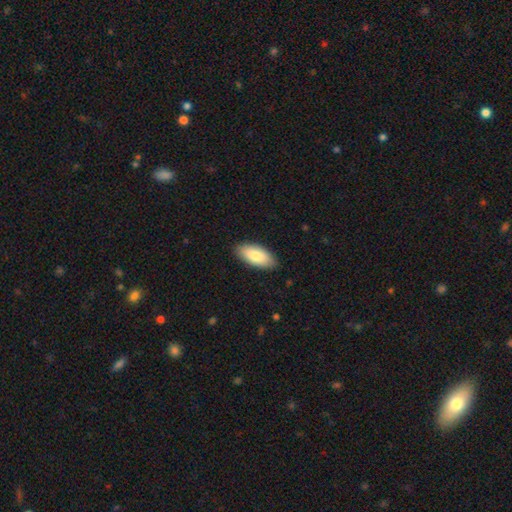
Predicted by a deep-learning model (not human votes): Smooth or featured?
  - smooth: 83% *
  - featured or disk: 11%
  - star or artifact: 6%
How rounded?
  - in between: 90% *
  - cigar-shaped: 9%
  - round: 2%
Merging?
  - none: 87% *
  - minor disturbance: 10%
  - major disturbance: 2%
  - merger: 1%